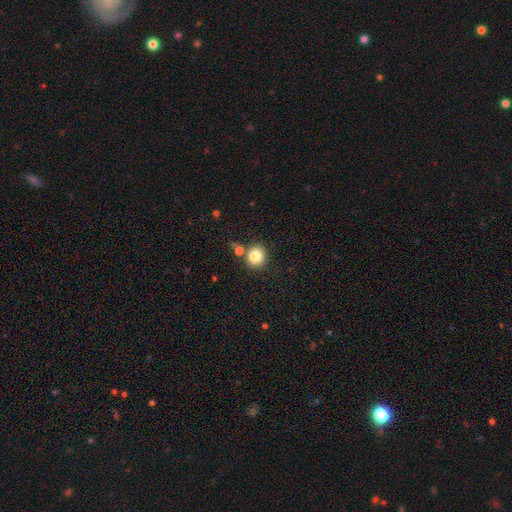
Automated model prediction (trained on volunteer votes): Smooth or featured? Predicted: smooth (p=0.82). How rounded? Predicted: round (p=0.85). Merging? Predicted: none (p=0.76).